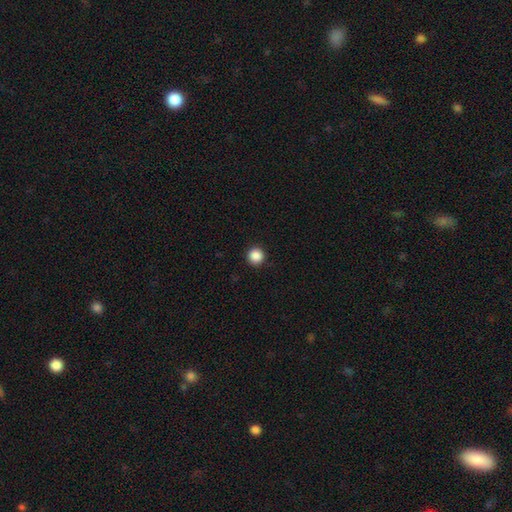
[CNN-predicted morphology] This is clearly a smooth galaxy (88%). How rounded: clearly round (96%). Merging: clearly none (93%).